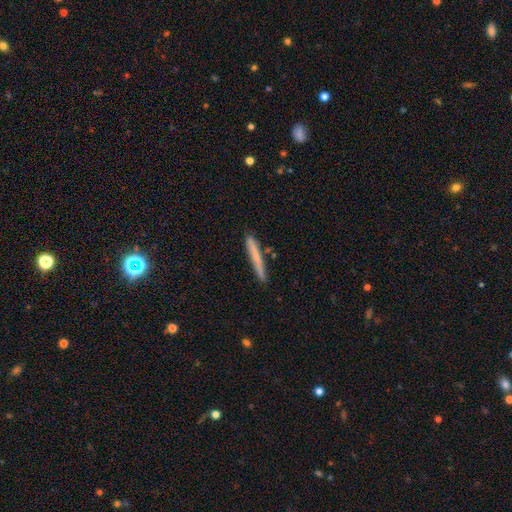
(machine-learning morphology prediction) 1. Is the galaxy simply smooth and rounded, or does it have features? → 66% smooth, 28% featured or disk, 6% star or artifact.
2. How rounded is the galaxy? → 97% cigar-shaped, 2% in between, 1% round.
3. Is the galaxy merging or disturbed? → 88% none, 9% minor disturbance, 2% merger, 2% major disturbance.